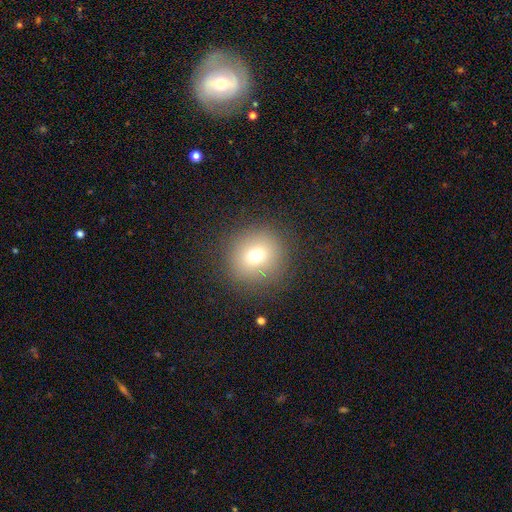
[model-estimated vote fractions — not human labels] smooth-or-featured: smooth: 72% | star or artifact: 15% | featured or disk: 13%
  how-rounded: round: 91% | in between: 9% | cigar-shaped: 1%
  merging: none: 88% | minor disturbance: 7% | major disturbance: 4% | merger: 1%